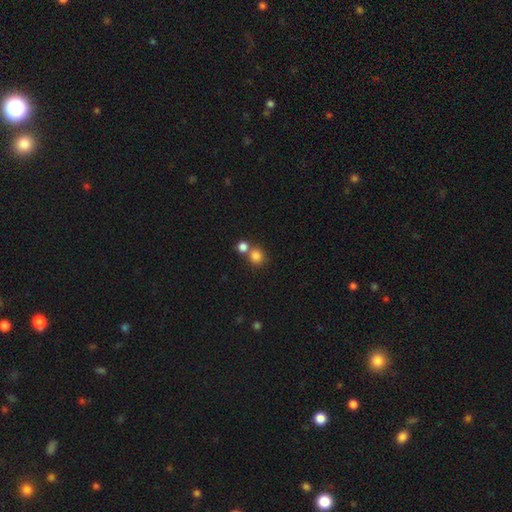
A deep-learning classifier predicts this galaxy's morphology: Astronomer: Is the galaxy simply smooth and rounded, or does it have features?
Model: smooth — 82%.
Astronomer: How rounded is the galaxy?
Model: round — 87%.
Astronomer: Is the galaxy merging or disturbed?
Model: none — 57% (runner-up: merger, 33%).